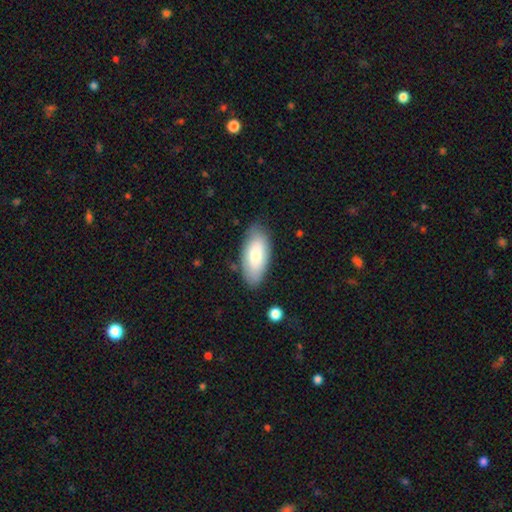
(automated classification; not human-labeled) smooth 76%, featured or disk 19%, star or artifact 6%. Down the decision tree: how rounded — in between (90%); merging — none (80%).